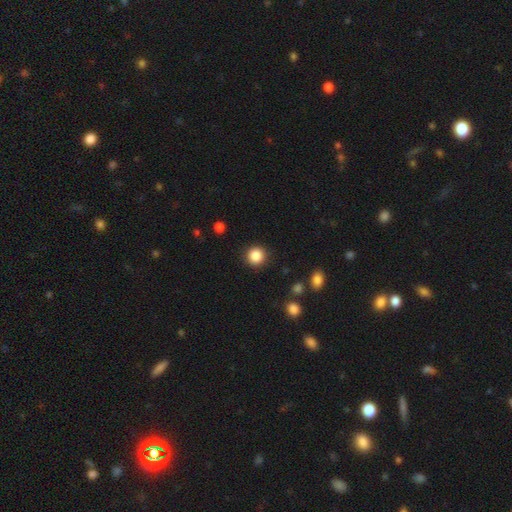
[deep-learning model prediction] This appears to be a smooth galaxy with no disk features (86%) that is round (94%). Merging: none (91%).